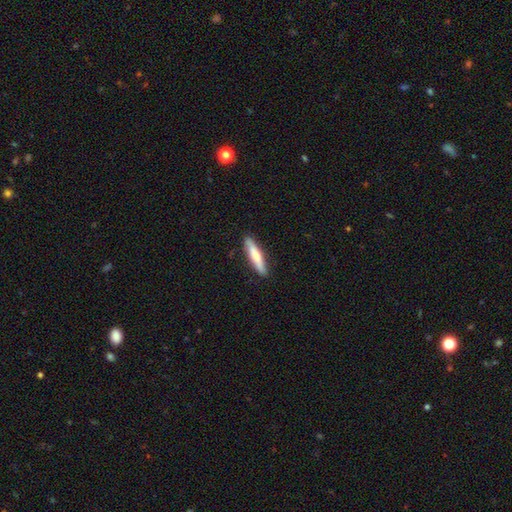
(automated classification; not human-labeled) This is likely a smooth galaxy (63%). How rounded: clearly cigar-shaped (87%). Merging: clearly none (88%).